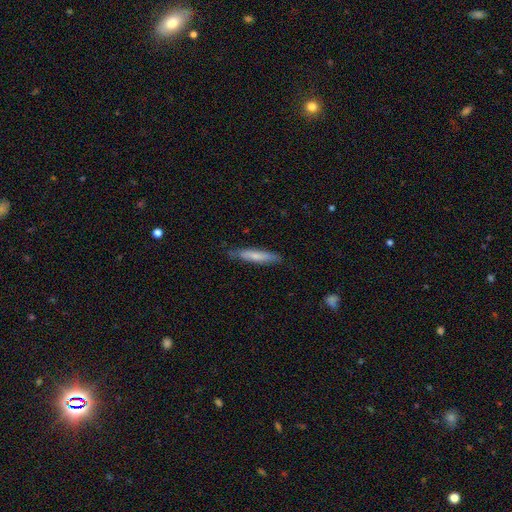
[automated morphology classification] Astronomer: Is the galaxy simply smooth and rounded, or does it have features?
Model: smooth — 68%.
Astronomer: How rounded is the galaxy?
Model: cigar-shaped — 89%.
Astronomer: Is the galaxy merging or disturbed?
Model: none — 79%.